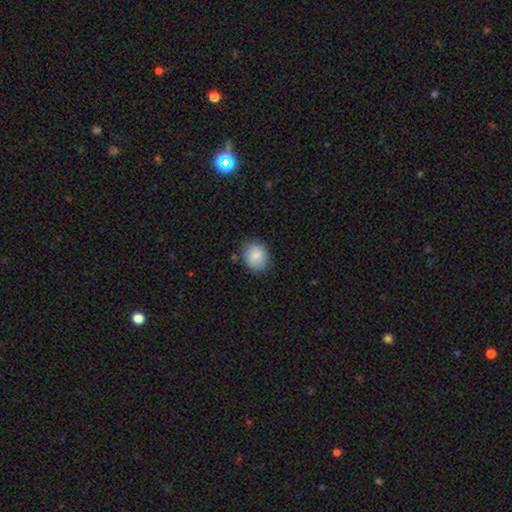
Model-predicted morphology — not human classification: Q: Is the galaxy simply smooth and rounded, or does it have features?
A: smooth — 81%.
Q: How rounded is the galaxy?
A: round — 66%.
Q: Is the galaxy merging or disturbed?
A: none — 79%.